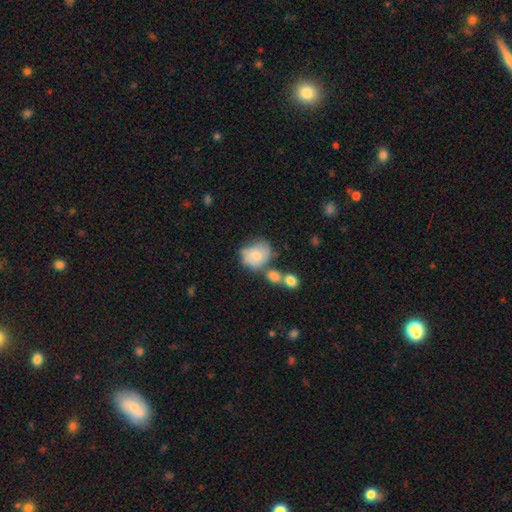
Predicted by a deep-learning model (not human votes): Q: Smooth or featured?
A: smooth (69%); runner-up: featured or disk (24%)
Q: How rounded?
A: round (57%); runner-up: in between (42%)
Q: Merging?
A: none (36%); runner-up: merger (30%)